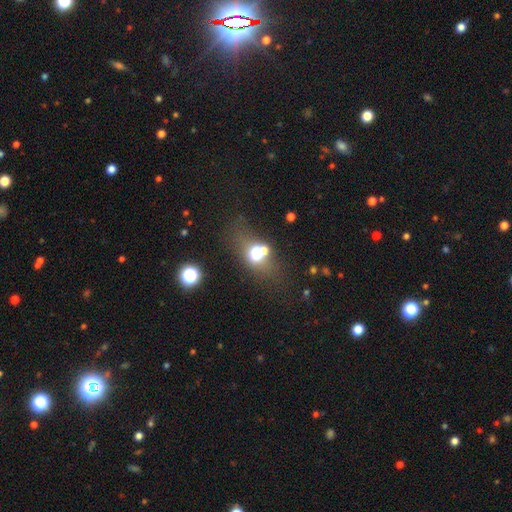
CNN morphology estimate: smooth-or-featured: smooth: 47% | star or artifact: 32% | featured or disk: 21%
  merging: none: 67% | minor disturbance: 15% | major disturbance: 10% | merger: 9%